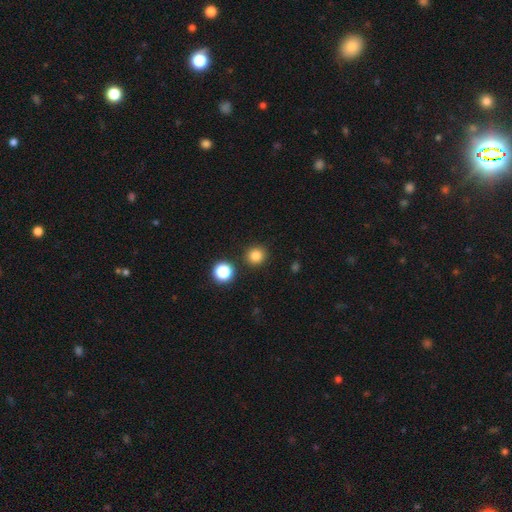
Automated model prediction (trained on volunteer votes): Smooth or featured: smooth — 82% (star or artifact — 14%)
How rounded: round — 93% (in between — 6%)
Merging: none — 89% (minor disturbance — 6%)